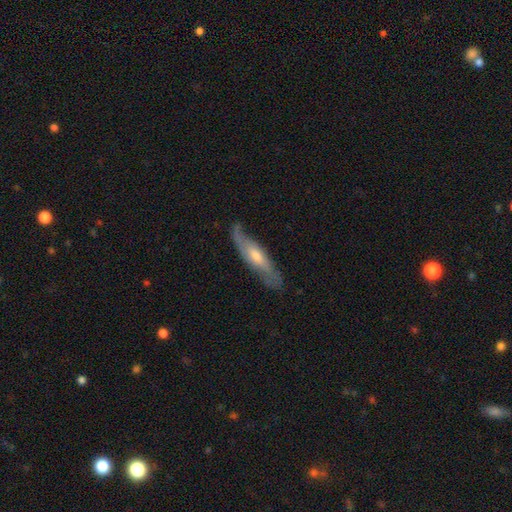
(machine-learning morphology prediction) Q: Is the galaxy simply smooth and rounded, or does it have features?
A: featured or disk — 62%.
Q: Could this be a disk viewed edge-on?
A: yes — 51%.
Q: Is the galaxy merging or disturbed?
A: none — 73%.